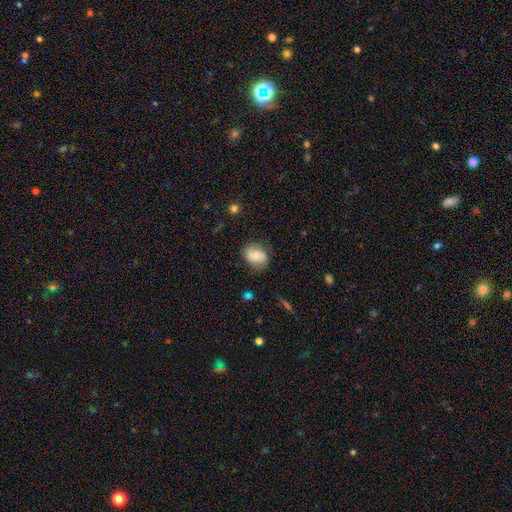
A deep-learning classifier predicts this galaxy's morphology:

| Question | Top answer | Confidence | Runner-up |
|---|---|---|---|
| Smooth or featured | smooth | 69% | featured or disk (23%) |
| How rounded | in between | 54% | round (45%) |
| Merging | none | 72% | minor disturbance (20%) |